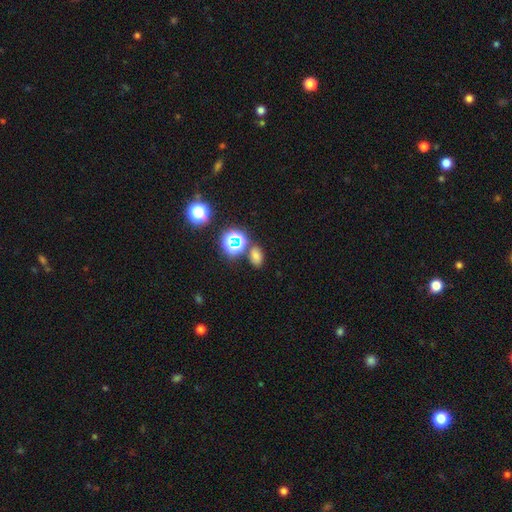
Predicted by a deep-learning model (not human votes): Smooth or featured?
  - smooth: 66% *
  - star or artifact: 27%
  - featured or disk: 7%
How rounded?
  - in between: 78% *
  - round: 21%
  - cigar-shaped: 2%
Merging?
  - none: 75% *
  - minor disturbance: 12%
  - merger: 10%
  - major disturbance: 4%